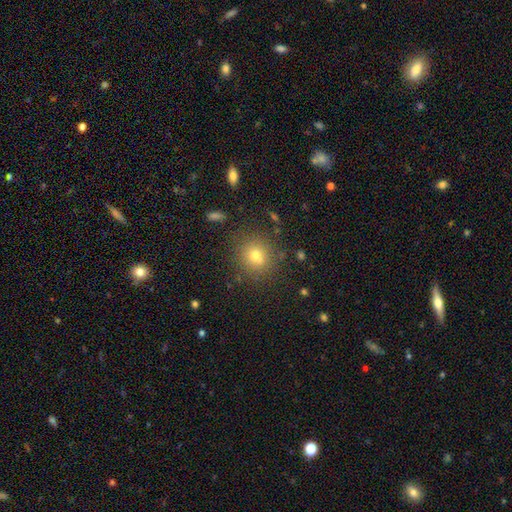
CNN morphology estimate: smooth-or-featured: smooth: 71% | star or artifact: 17% | featured or disk: 12%
  how-rounded: round: 85% | in between: 13% | cigar-shaped: 1%
  merging: none: 79% | minor disturbance: 10% | merger: 7% | major disturbance: 4%